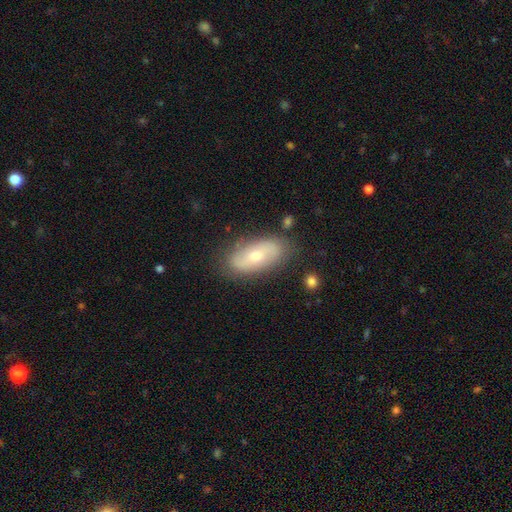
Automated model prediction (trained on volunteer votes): A featured or disk galaxy (49%).

Vote fractions:
- Smooth or featured? featured or disk: 49% / smooth: 44% / star or artifact: 7%
- Merging? none: 80% / minor disturbance: 14% / major disturbance: 4% / merger: 2%